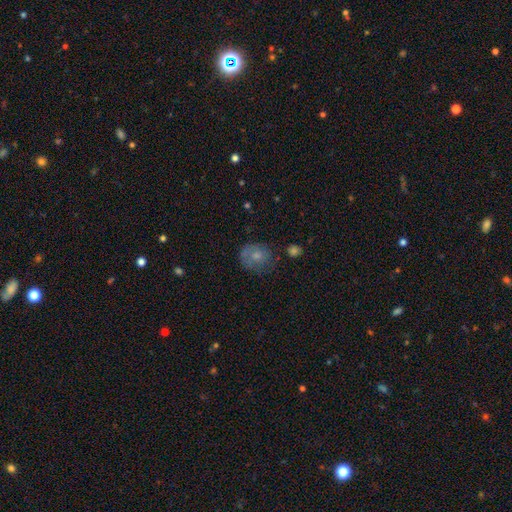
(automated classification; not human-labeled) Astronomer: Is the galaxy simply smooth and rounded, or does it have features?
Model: smooth — 67%.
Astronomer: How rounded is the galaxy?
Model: round — 68%.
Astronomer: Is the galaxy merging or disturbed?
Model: none — 55%.